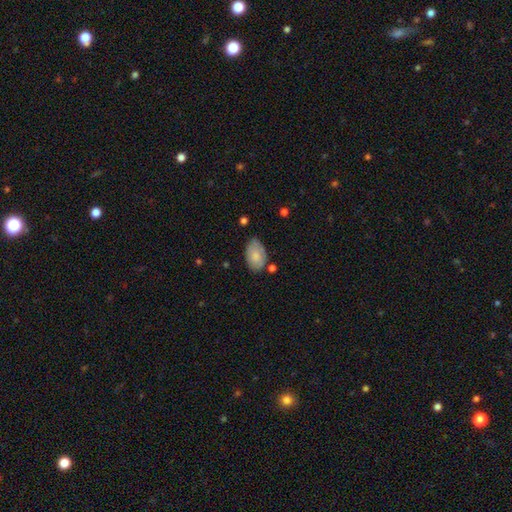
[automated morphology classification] type=smooth (78%); roundness=in between (92%); merging=none (66%).